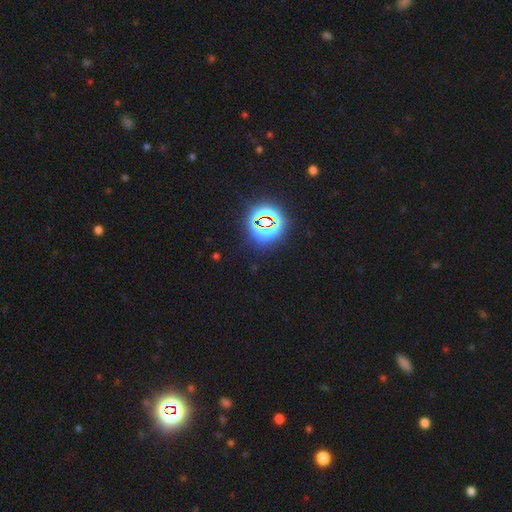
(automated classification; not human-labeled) Q: Smooth or featured?
A: star or artifact (81%); runner-up: smooth (13%)